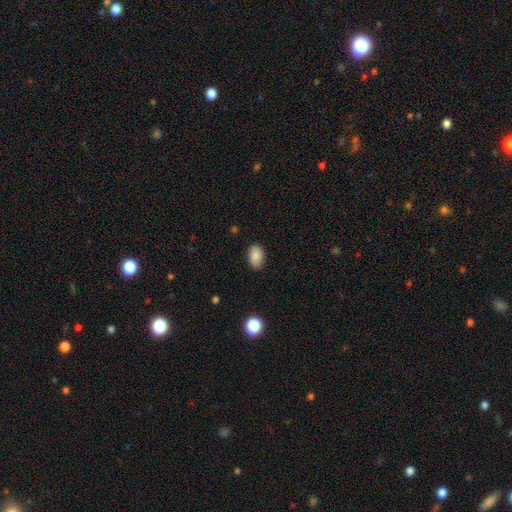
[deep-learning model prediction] Smooth or featured? smooth (87%)
How rounded? in between (89%)
Merging? none (84%)